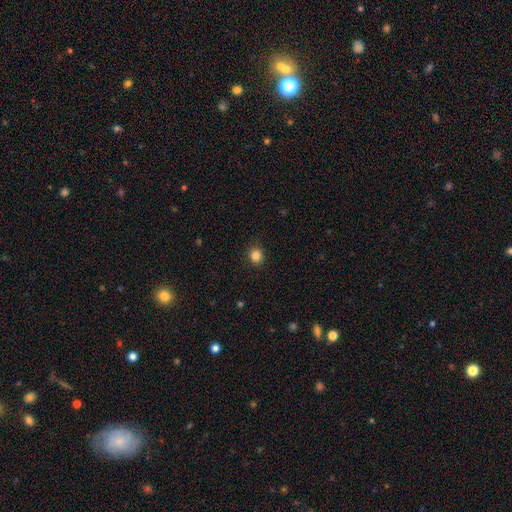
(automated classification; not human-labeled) A smooth galaxy with no disk features (85%) that is round (85%). Merging: none (90%).